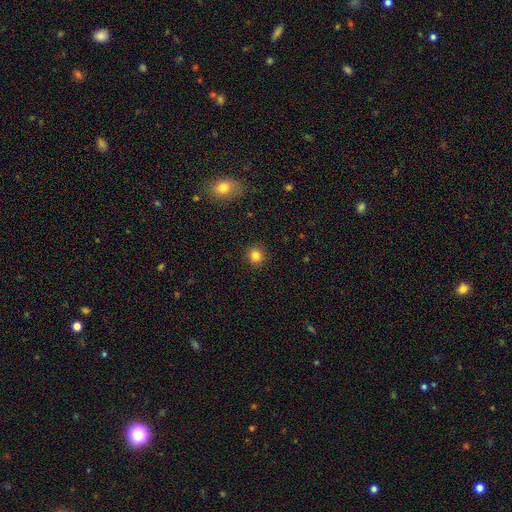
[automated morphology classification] Smooth or featured? smooth (83%)
How rounded? round (89%)
Merging? none (91%)